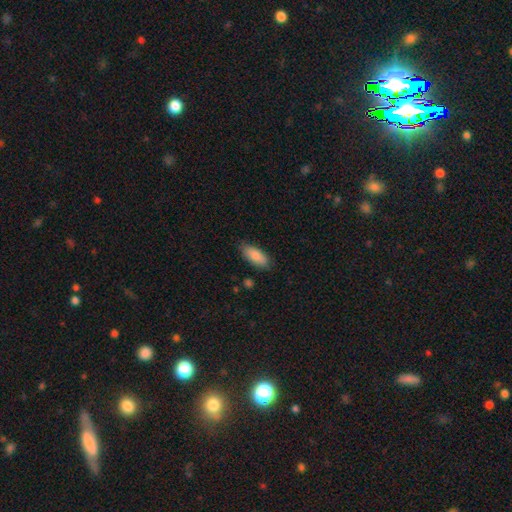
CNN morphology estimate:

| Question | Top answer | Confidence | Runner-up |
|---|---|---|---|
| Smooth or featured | smooth | 86% | featured or disk (8%) |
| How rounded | in between | 83% | cigar-shaped (15%) |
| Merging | none | 79% | minor disturbance (16%) |